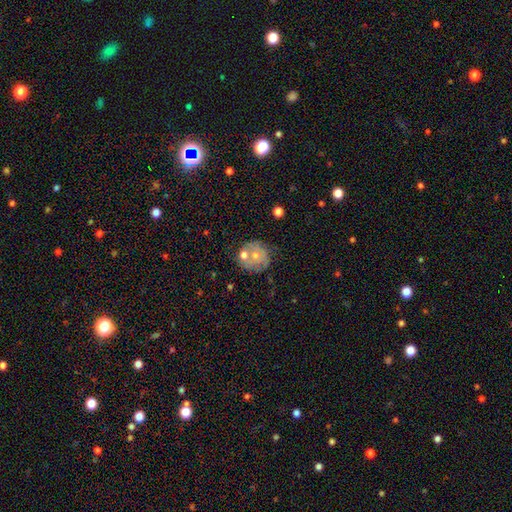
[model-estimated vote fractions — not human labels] smooth-or-featured: featured or disk: 46% (tied) | smooth: 46% (tied) | star or artifact: 8%
  merging: none: 50% | merger: 21% | minor disturbance: 19% | major disturbance: 10%